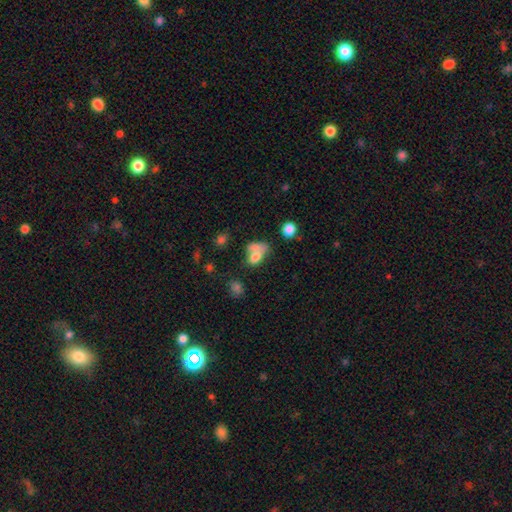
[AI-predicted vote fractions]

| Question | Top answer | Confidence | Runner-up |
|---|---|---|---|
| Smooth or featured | smooth | 71% | featured or disk (16%) |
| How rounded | in between | 71% | round (26%) |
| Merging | merger | 48% | none (24%) |